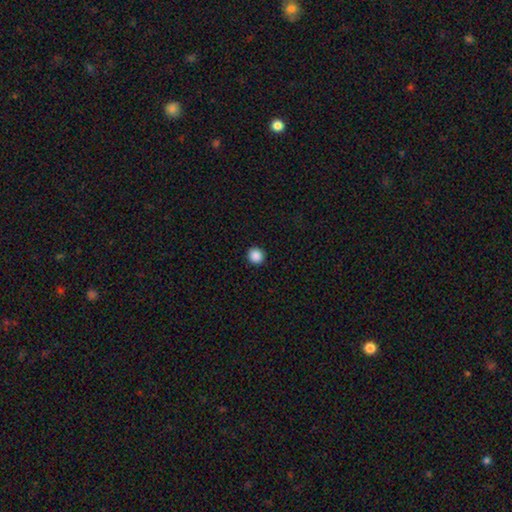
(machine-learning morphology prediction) A smooth galaxy with no disk features (88%) that is round (90%). Merging: none (93%).